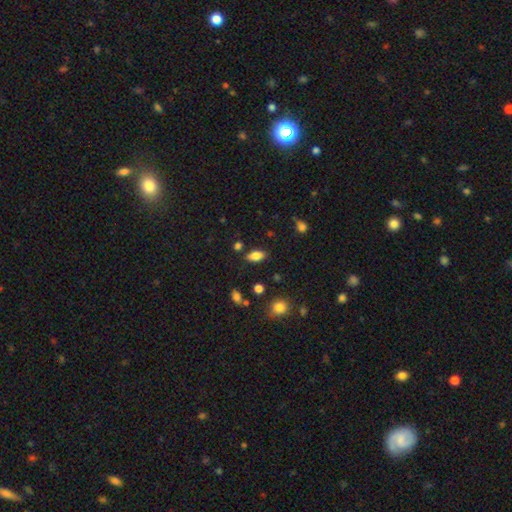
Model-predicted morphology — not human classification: Smooth or featured? Predicted: smooth (p=0.82). How rounded? Predicted: in between (p=0.89). Merging? Predicted: none (p=0.82).